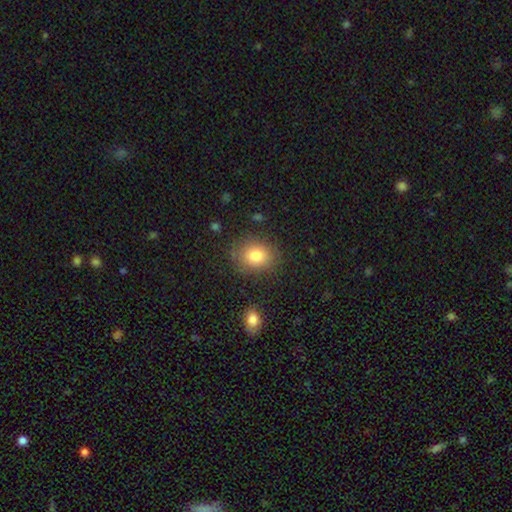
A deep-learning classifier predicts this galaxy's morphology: Smooth or featured? smooth (81%)
How rounded? round (55%)
Merging? none (79%)